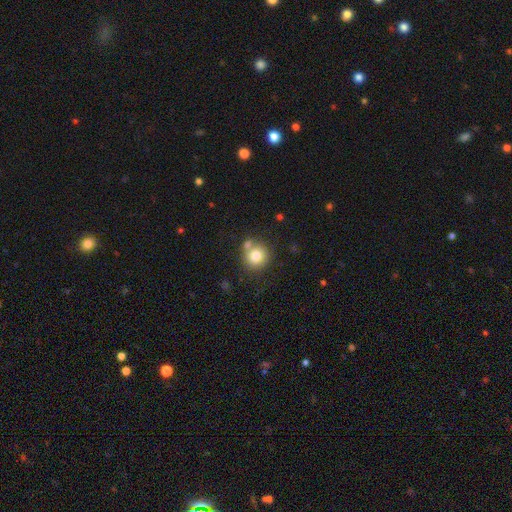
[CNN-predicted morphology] This appears to be a smooth galaxy with no disk features (80%) that is round (91%). Merging: none (67%).